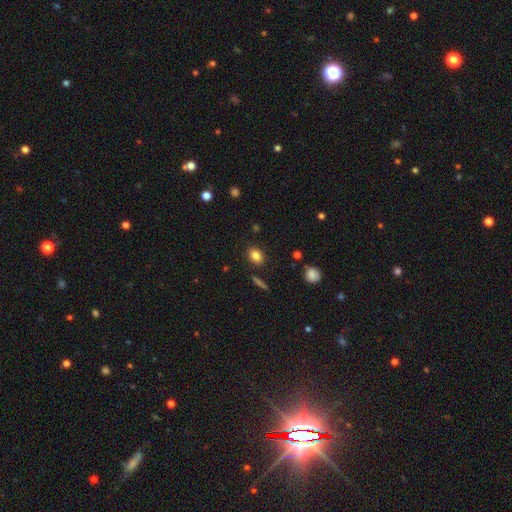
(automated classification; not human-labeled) smooth-or-featured: smooth: 83% | star or artifact: 10% | featured or disk: 7%
  how-rounded: in between: 69% | round: 29% | cigar-shaped: 2%
  merging: none: 86% | minor disturbance: 9% | major disturbance: 3% | merger: 2%